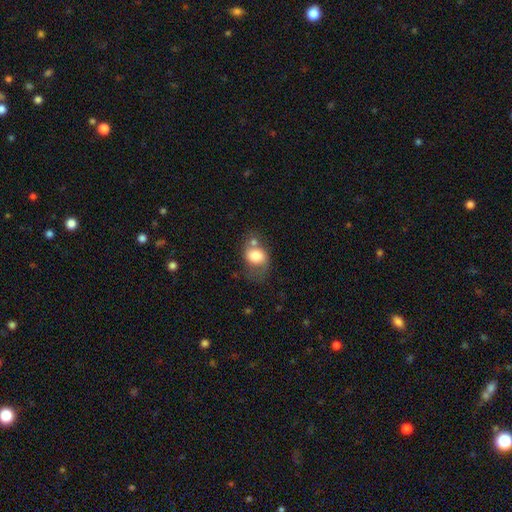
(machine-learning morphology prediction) The model was most divided on "merging": none: 36%, merger: 28%, minor disturbance: 22%, major disturbance: 15%. More confident: smooth or featured — smooth (70%); how rounded — in between (55%).